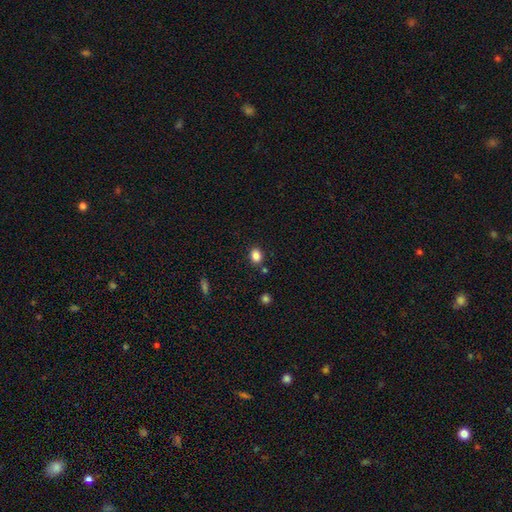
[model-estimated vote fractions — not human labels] A smooth galaxy with no disk features (85%) that is in between round and cigar-shaped (51%). Merging: none (83%).